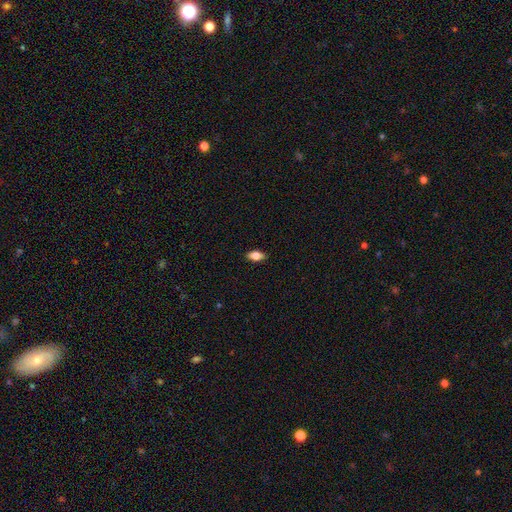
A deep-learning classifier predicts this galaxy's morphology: Smooth or featured? Predicted: smooth (p=0.78). How rounded? Predicted: in between (p=0.88). Merging? Predicted: none (p=0.88).